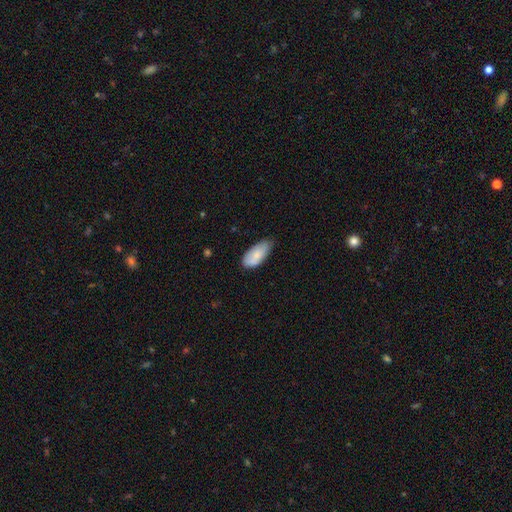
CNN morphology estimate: Q: Smooth or featured?
A: smooth (79%); runner-up: featured or disk (15%)
Q: How rounded?
A: in between (92%); runner-up: cigar-shaped (6%)
Q: Merging?
A: none (58%); runner-up: minor disturbance (35%)